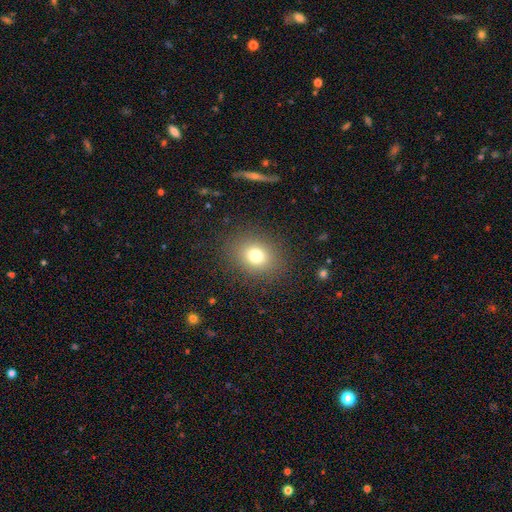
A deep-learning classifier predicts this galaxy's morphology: smooth 75%, star or artifact 15%, featured or disk 10%. Down the decision tree: how rounded — round (62%); merging — none (86%).